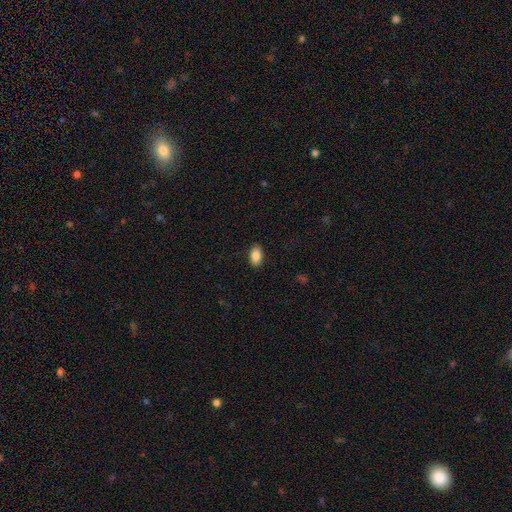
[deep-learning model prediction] smooth 86%, star or artifact 7%, featured or disk 6%. Down the decision tree: how rounded — in between (92%); merging — none (89%).